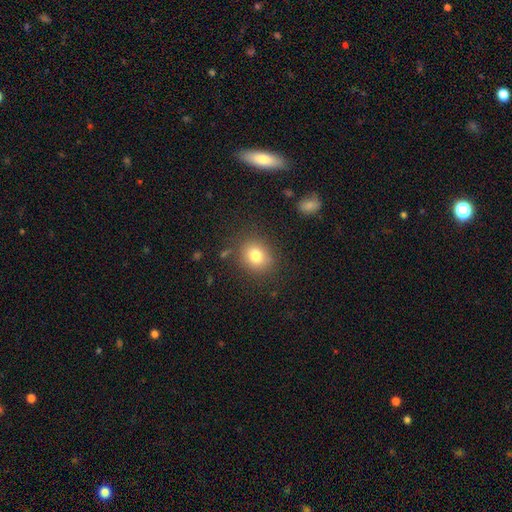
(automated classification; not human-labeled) Smooth or featured? Predicted: smooth (p=0.79). How rounded? Predicted: round (p=0.68). Merging? Predicted: none (p=0.83).